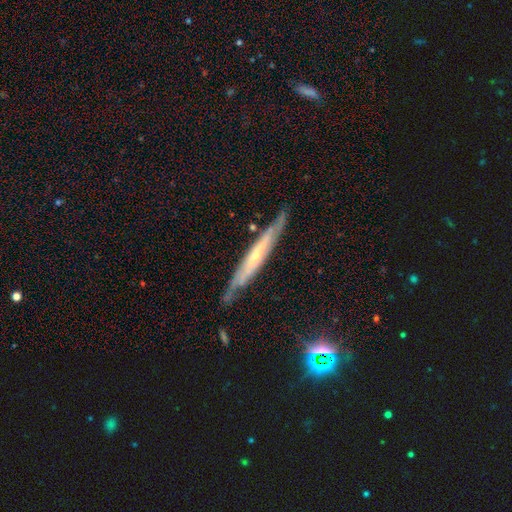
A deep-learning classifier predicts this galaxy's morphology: The model was most divided on "edge-on bulge": rounded: 49%, none: 46%, boxy: 5%. More confident: edge-on disk — yes (78%); merging — none (76%); smooth or featured — featured or disk (72%).